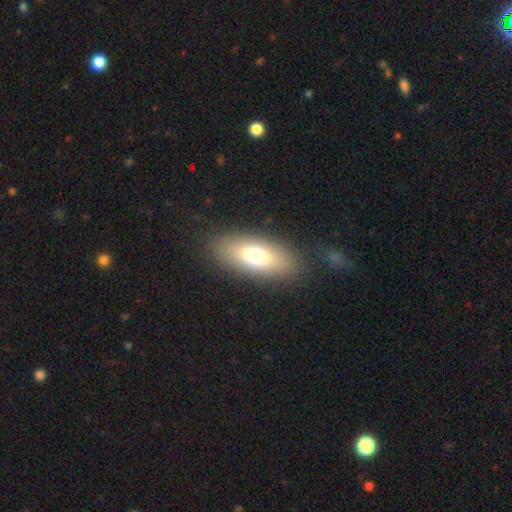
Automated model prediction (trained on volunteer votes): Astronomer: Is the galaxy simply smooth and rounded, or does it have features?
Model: smooth — 67%.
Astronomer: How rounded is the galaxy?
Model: in between — 82%.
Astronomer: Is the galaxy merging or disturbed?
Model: none — 86%.